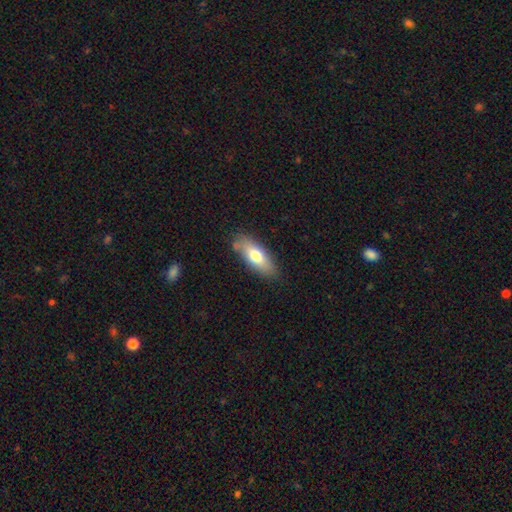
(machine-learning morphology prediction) smooth-or-featured: smooth: 72% | featured or disk: 21% | star or artifact: 7%
  how-rounded: in between: 75% | cigar-shaped: 23% | round: 2%
  merging: none: 78% | minor disturbance: 16% | major disturbance: 3% | merger: 3%